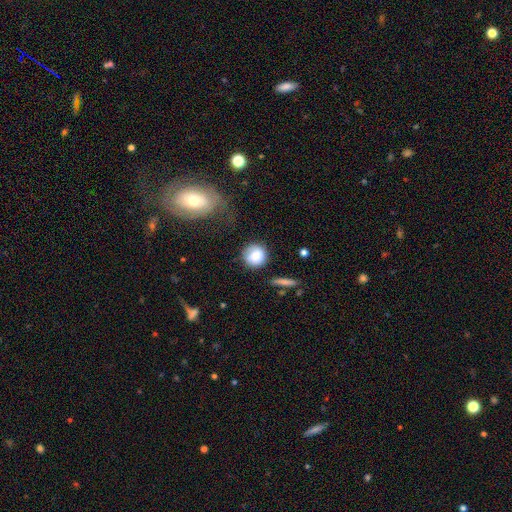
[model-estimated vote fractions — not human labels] Smooth or featured: smooth — 80% (featured or disk — 12%)
How rounded: round — 90% (in between — 9%)
Merging: none — 75% (minor disturbance — 16%)